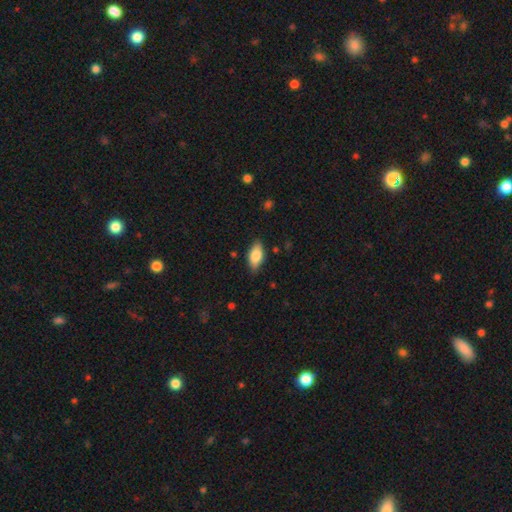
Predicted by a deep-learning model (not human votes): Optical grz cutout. It shows a smooth galaxy with no disk features (80%) that is in between round and cigar-shaped (89%). Merging: none (81%).